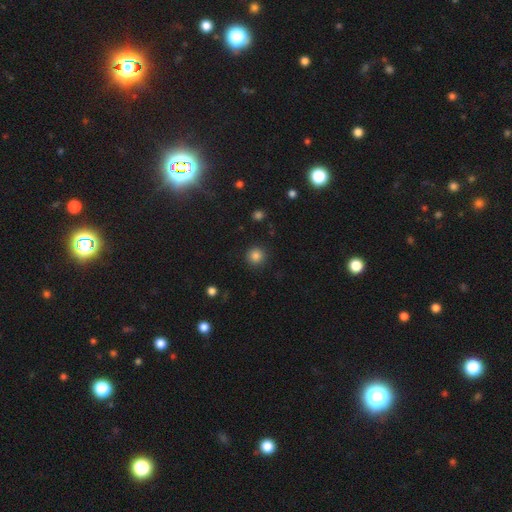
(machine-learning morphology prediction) A smooth galaxy with no disk features (84%) that is round (95%).

Vote fractions:
- Smooth or featured? smooth: 84% / star or artifact: 12% / featured or disk: 4%
- How rounded? round: 95% / in between: 4% / cigar-shaped: 1%
- Merging? none: 91% / minor disturbance: 5% / major disturbance: 2% / merger: 1%